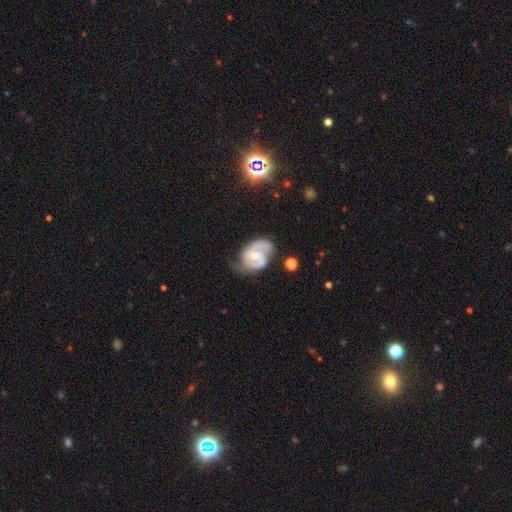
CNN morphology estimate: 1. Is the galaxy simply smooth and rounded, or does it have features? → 87% featured or disk, 8% smooth, 5% star or artifact.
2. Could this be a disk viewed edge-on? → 98% no, 2% yes.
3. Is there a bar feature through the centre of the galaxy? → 48% no, 41% weak, 11% strong.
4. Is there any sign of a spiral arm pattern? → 96% yes, 4% no.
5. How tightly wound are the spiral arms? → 46% medium, 41% tight, 13% loose.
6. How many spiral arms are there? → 82% 2, 6% can't tell, 6% 1, 3% 3, 1% 4, 1% more than 4.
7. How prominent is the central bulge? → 59% moderate, 37% small, 2% large, 2% none, 1% dominant.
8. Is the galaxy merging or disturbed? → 55% none, 28% minor disturbance, 14% major disturbance, 3% merger.